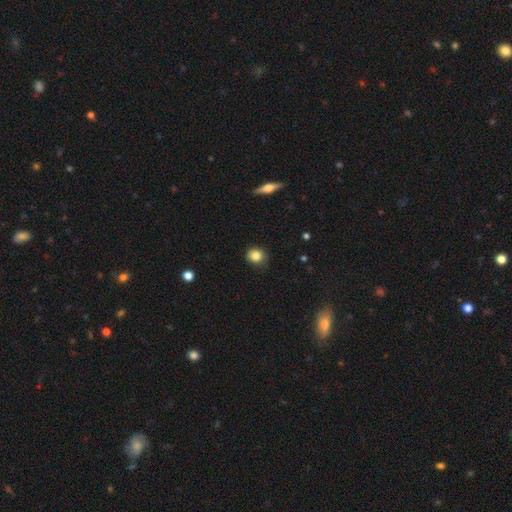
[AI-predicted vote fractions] Overall: smooth (84%). How rounded: round (79%). Merging: none (83%).